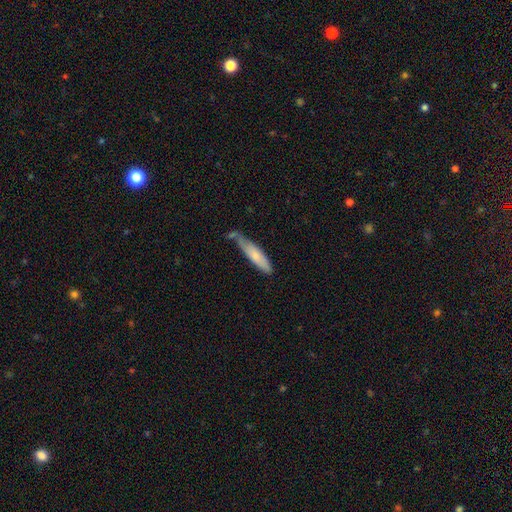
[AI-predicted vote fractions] A smooth galaxy with no disk features (69%) that is cigar-shaped (77%). Merging: none (50%).